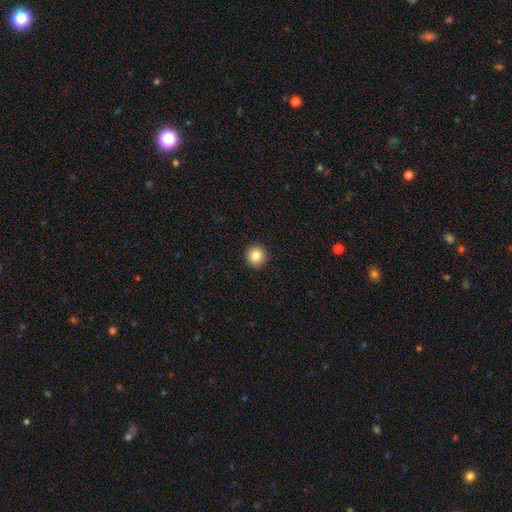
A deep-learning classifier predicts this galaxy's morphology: smooth 84%, star or artifact 10%, featured or disk 6%. Down the decision tree: how rounded — round (95%); merging — none (94%).